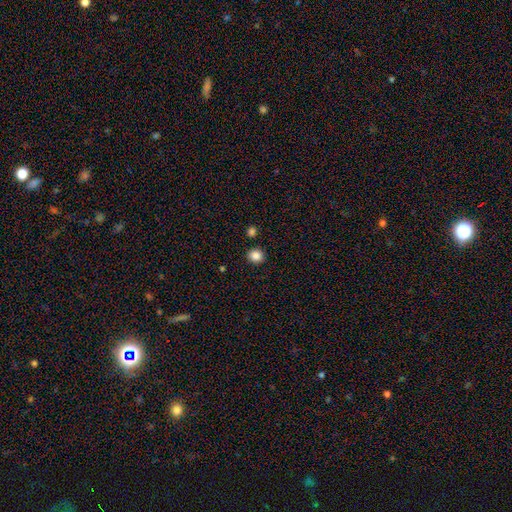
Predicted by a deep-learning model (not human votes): Smooth or featured?
  - smooth: 86% *
  - star or artifact: 10%
  - featured or disk: 4%
How rounded?
  - round: 78% *
  - in between: 21%
  - cigar-shaped: 1%
Merging?
  - none: 89% *
  - minor disturbance: 6%
  - merger: 3%
  - major disturbance: 2%